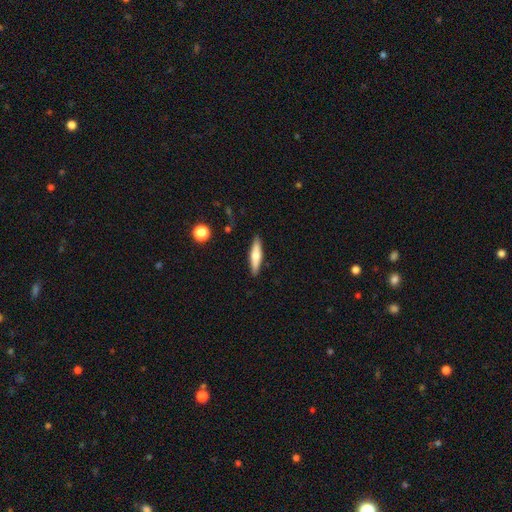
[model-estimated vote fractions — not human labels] A smooth galaxy with no disk features (60%) that is cigar-shaped (78%).

Vote fractions:
- Smooth or featured? smooth: 60% / featured or disk: 34% / star or artifact: 6%
- How rounded? cigar-shaped: 78% / in between: 20% / round: 2%
- Merging? none: 89% / minor disturbance: 8% / major disturbance: 2% / merger: 1%